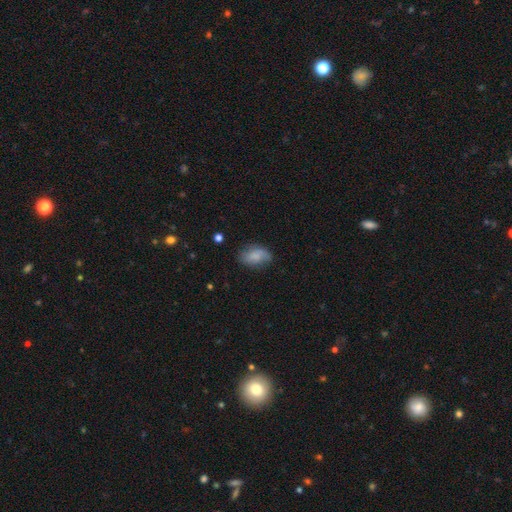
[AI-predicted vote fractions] smooth_or_featured: smooth (p=0.73) [alt: featured or disk p=0.18]
how_rounded: in between (p=0.88) [alt: round p=0.10]
merging: none (p=0.64) [alt: minor disturbance p=0.26]